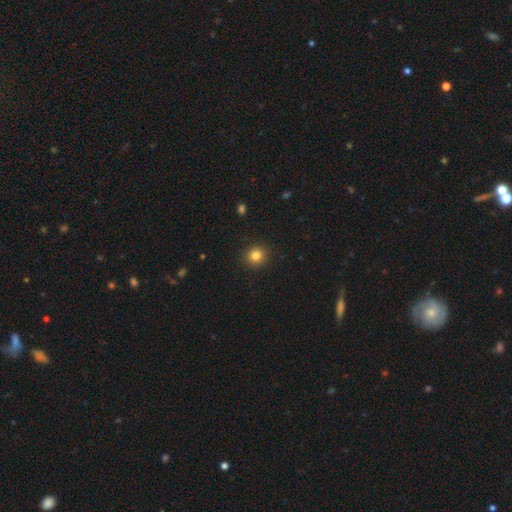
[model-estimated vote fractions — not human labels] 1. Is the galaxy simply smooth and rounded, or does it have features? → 82% smooth, 12% star or artifact, 6% featured or disk.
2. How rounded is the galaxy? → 90% round, 9% in between, 1% cigar-shaped.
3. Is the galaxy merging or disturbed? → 92% none, 5% minor disturbance, 2% major disturbance, 1% merger.